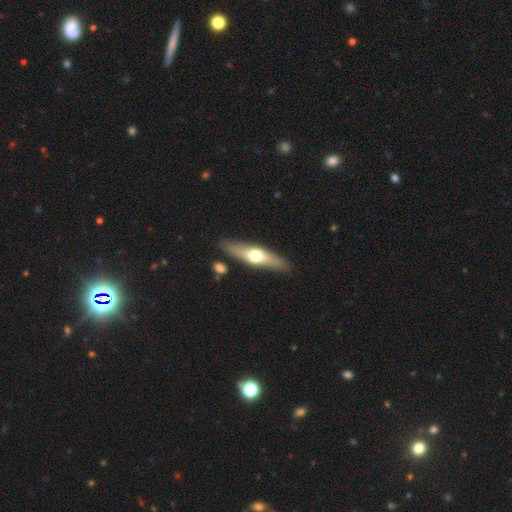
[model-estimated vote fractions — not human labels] Morphology: type=featured or disk (53%); edge-on=yes (88%); merging=none (86%).